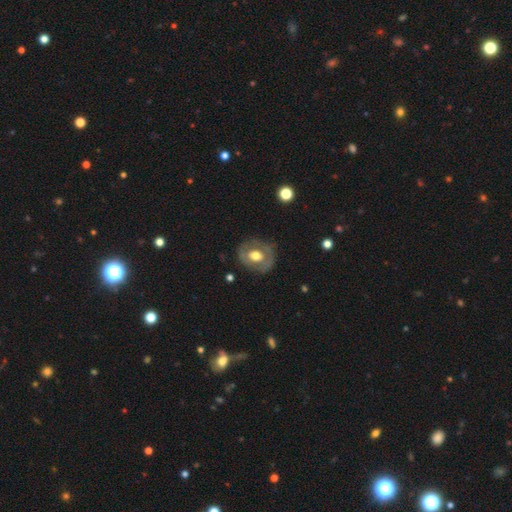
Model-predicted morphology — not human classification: A featured or disk galaxy (55%) with no bar (72%), no spiral arms (74%) and a moderate central bulge (59%). Merging: none (78%).